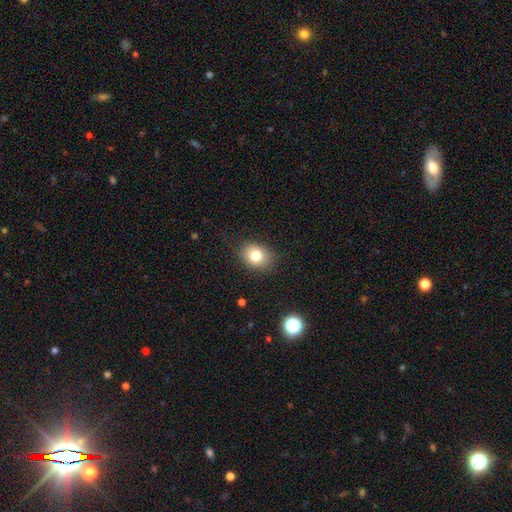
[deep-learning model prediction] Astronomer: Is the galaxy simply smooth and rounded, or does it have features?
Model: smooth — 79%.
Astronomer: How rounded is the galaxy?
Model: round — 51% (runner-up: in between, 49%).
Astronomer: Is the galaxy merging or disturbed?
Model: none — 84%.